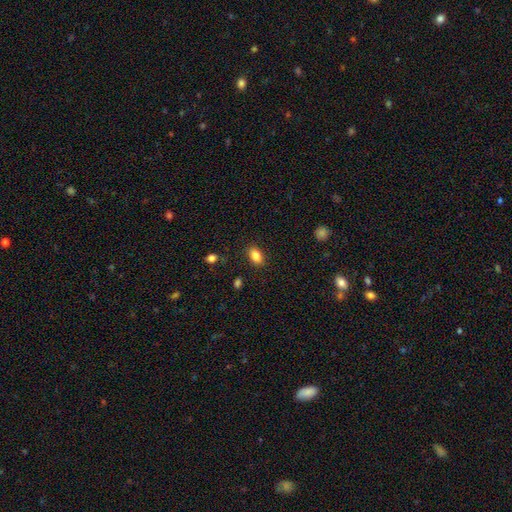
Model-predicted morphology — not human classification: Q: Smooth or featured?
A: smooth (85%); runner-up: star or artifact (9%)
Q: How rounded?
A: in between (86%); runner-up: round (12%)
Q: Merging?
A: none (87%); runner-up: minor disturbance (9%)